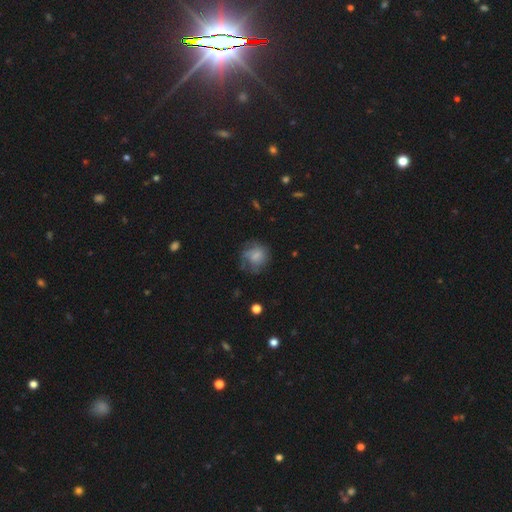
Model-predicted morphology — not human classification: Overall: smooth (57%; featured or disk 34%). How rounded: round (77%). Merging: none (53%; minor disturbance 25%).